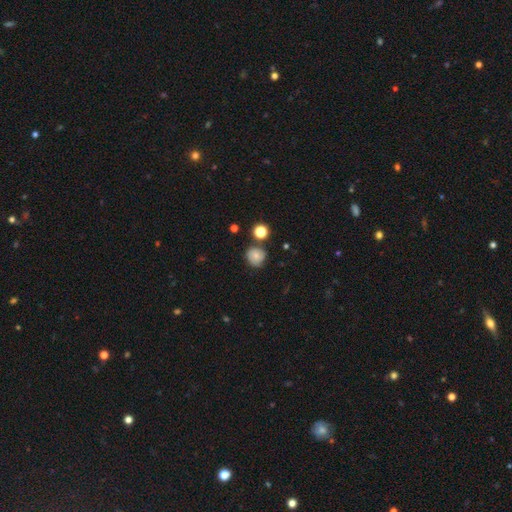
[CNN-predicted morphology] This is likely a smooth galaxy (67%). How rounded: clearly round (88%). Merging: likely none (72%).